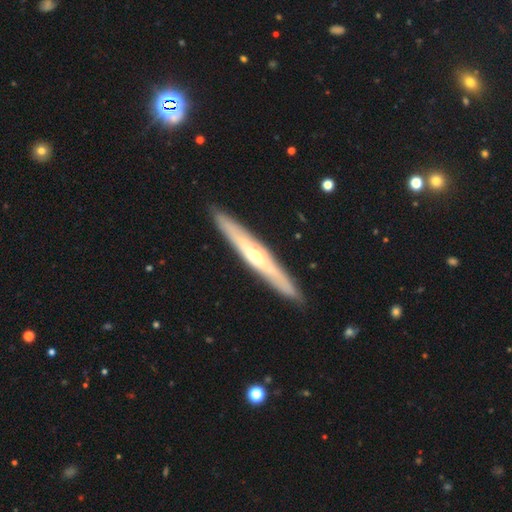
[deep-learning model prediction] Overall: featured or disk (68%). Edge-on disk: yes (90%). Edge-on bulge: rounded (76%). Merging: none (91%).